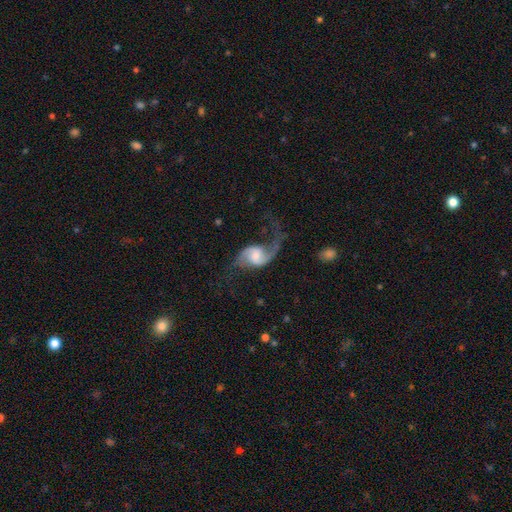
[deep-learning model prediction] A featured or disk galaxy (86%) with a weak bar (45%), 2 (88%) loose (80%) spiral arms (96%) and a moderate central bulge (39%).

Vote fractions:
- Smooth or featured? featured or disk: 86% / smooth: 9% / star or artifact: 5%
- Edge-on disk? no: 98% / yes: 2%
- Bar? weak: 45% / no: 41% / strong: 13%
- Spiral arms? yes: 96% / no: 4%
- Spiral winding? loose: 80% / medium: 16% / tight: 4%
- Spiral arm count? 2: 88% / 1: 8% / can't tell: 2% / 3: 1% / 4: 1% / more than 4: 1%
- Bulge size? moderate: 39% / small: 32% / large: 14% / none: 12% / dominant: 3%
- Merging? none: 51% / major disturbance: 29% / minor disturbance: 17% / merger: 3%